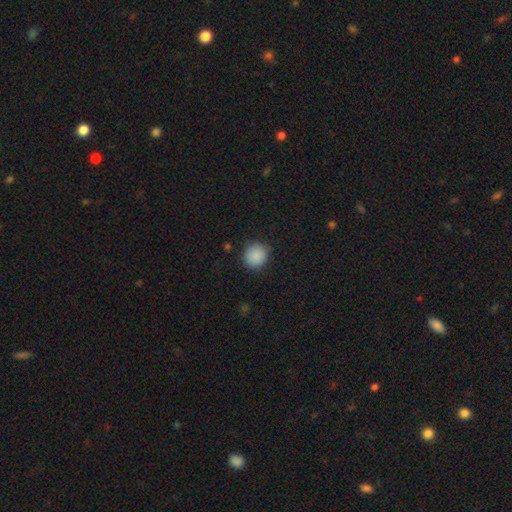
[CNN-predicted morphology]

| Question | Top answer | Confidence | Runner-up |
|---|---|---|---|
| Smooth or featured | smooth | 88% | star or artifact (9%) |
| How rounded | round | 88% | in between (11%) |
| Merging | none | 86% | minor disturbance (10%) |